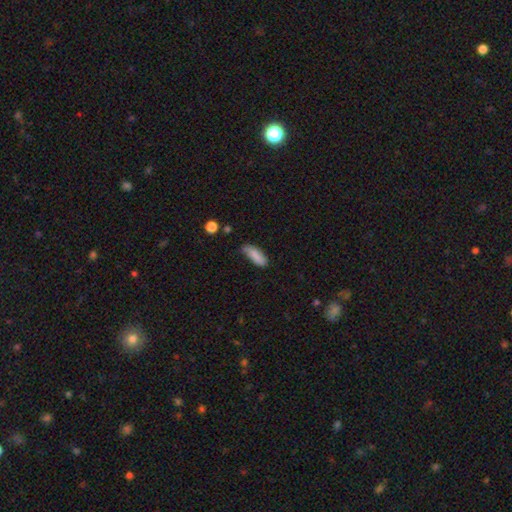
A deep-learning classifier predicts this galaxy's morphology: The model was most divided on "how rounded": in between: 62%, cigar-shaped: 36%, round: 2%. More confident: smooth or featured — smooth (84%); merging — none (64%).